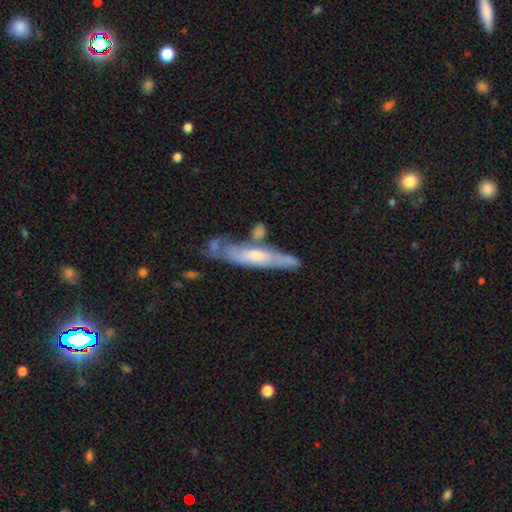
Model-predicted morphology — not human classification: smooth-or-featured: featured or disk: 62% | smooth: 32% | star or artifact: 7%
  disk-edge-on: yes: 59% | no: 41%
  merging: none: 57% | minor disturbance: 20% | merger: 15% | major disturbance: 7%